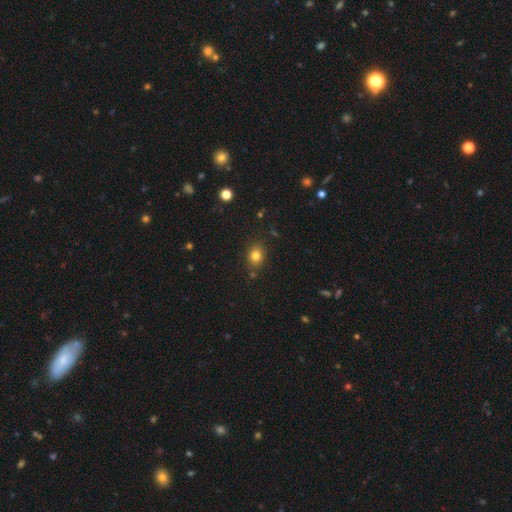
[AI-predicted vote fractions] Smooth or featured?
  - smooth: 80% *
  - star or artifact: 13%
  - featured or disk: 7%
How rounded?
  - round: 51% *
  - in between: 48%
  - cigar-shaped: 1%
Merging?
  - none: 82% *
  - minor disturbance: 12%
  - merger: 4%
  - major disturbance: 3%